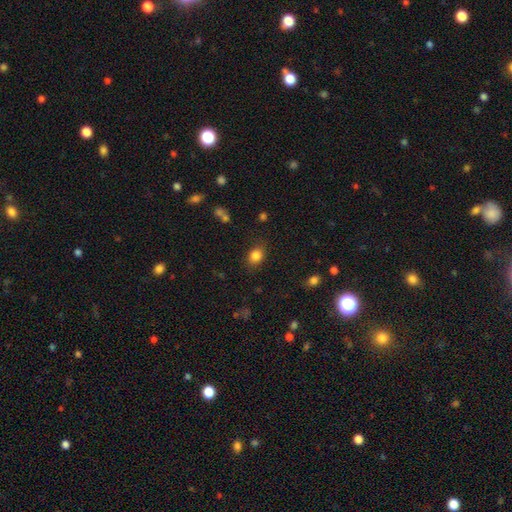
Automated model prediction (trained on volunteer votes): smooth-or-featured: smooth: 84% | star or artifact: 10% | featured or disk: 6%
  how-rounded: in between: 56% | round: 42% | cigar-shaped: 1%
  merging: none: 81% | minor disturbance: 13% | major disturbance: 4% | merger: 2%